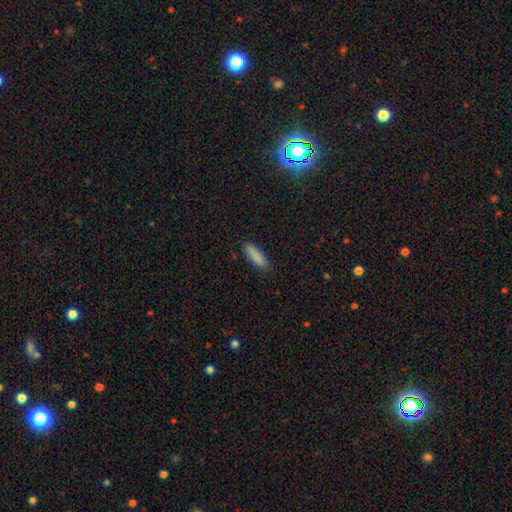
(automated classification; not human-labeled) Morphology: type=smooth (88%); roundness=cigar-shaped (55%); merging=none (86%).